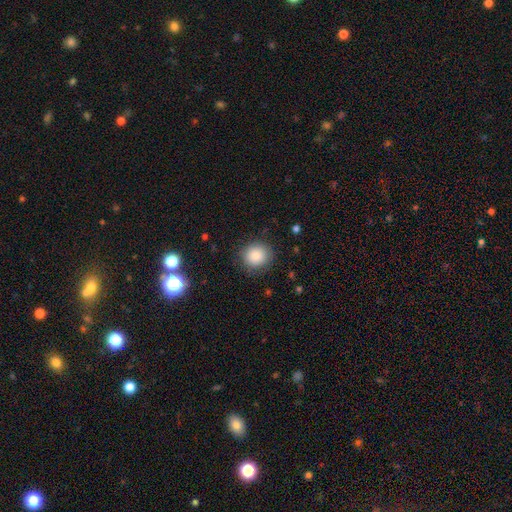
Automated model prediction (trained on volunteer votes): Smooth or featured? smooth (84%)
How rounded? round (89%)
Merging? none (86%)